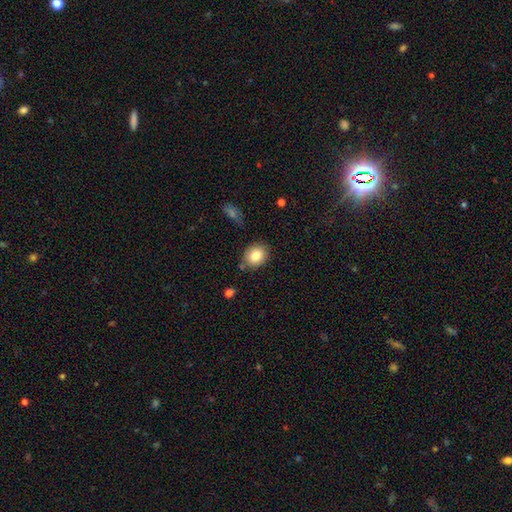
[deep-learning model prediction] This is clearly a smooth galaxy (83%). How rounded: possibly round (58%). Merging: clearly none (80%).